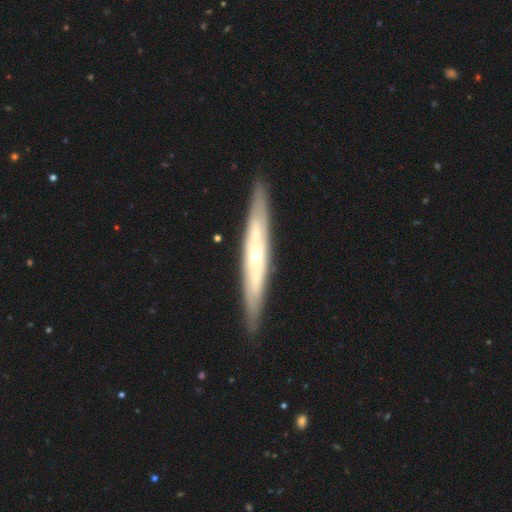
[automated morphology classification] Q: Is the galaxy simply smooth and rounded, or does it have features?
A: featured or disk — 74%.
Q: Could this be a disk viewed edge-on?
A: yes — 75%.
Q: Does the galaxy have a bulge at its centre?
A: rounded — 68%.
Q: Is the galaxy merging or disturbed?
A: none — 88%.